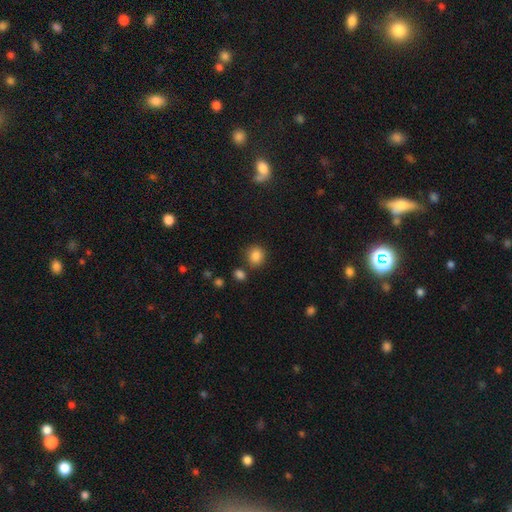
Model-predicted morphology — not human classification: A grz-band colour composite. It shows a smooth galaxy with no disk features (86%) that is round (80%). Merging: none (80%).